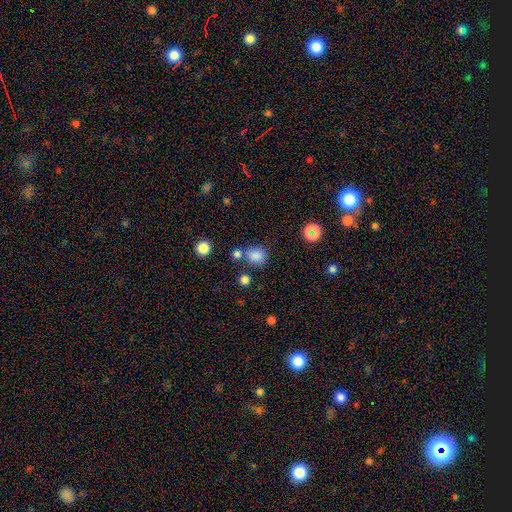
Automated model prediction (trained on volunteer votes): Smooth or featured? smooth (82%)
How rounded? round (81%)
Merging? none (71%)